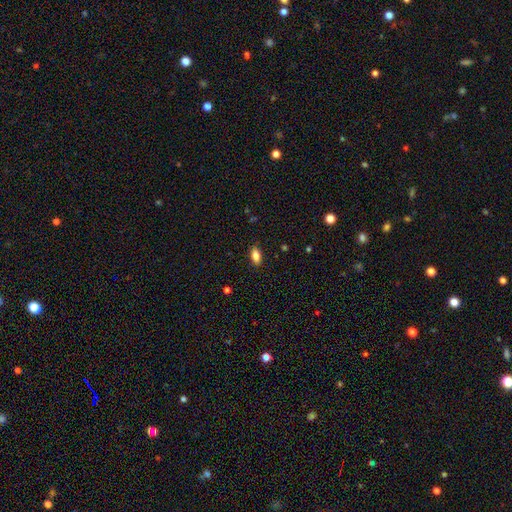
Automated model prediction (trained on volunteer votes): The model was most divided on "smooth or featured": smooth: 85%, star or artifact: 8%, featured or disk: 7%. More confident: how rounded — in between (89%); merging — none (88%).